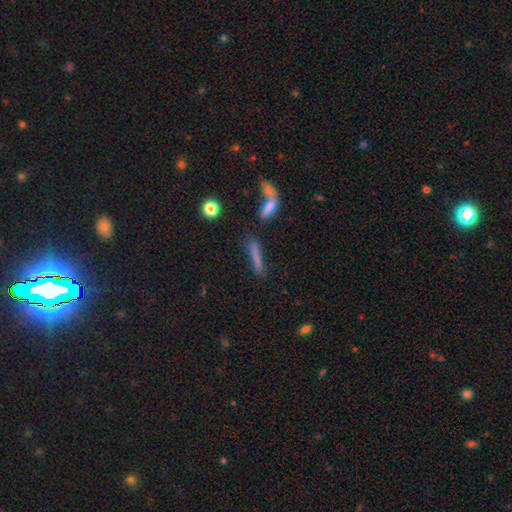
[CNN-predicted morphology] Smooth or featured?
  - smooth: 68% *
  - featured or disk: 21%
  - star or artifact: 11%
How rounded?
  - cigar-shaped: 87% *
  - in between: 10%
  - round: 3%
Merging?
  - none: 62% *
  - merger: 17%
  - minor disturbance: 14%
  - major disturbance: 7%